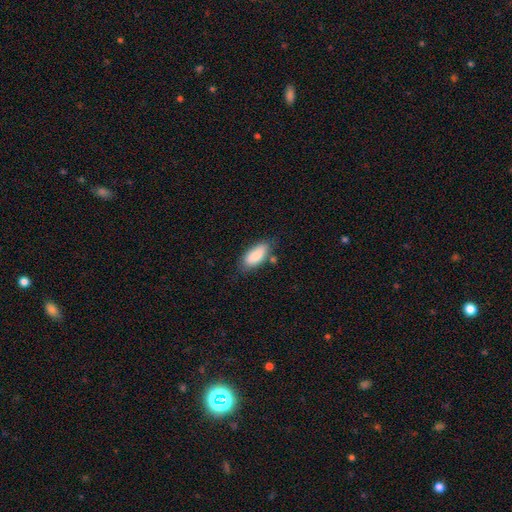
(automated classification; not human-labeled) A smooth galaxy with no disk features (86%) that is in between round and cigar-shaped (86%).

Vote fractions:
- Smooth or featured? smooth: 86% / featured or disk: 8% / star or artifact: 6%
- How rounded? in between: 86% / cigar-shaped: 12% / round: 2%
- Merging? none: 70% / minor disturbance: 21% / merger: 5% / major disturbance: 5%